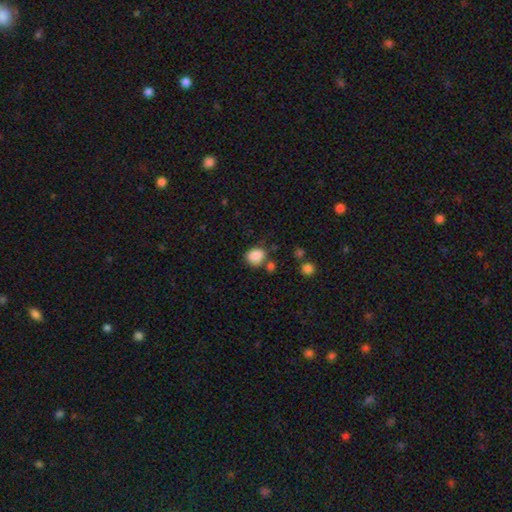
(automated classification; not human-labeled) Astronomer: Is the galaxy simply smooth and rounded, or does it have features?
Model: smooth — 87%.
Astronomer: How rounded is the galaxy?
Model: round — 63%.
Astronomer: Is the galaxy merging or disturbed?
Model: none — 67%.